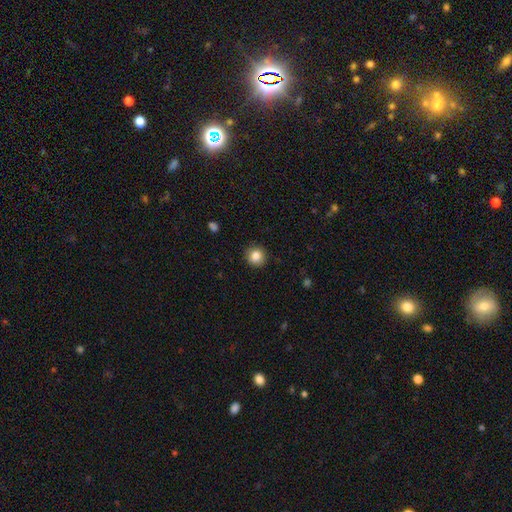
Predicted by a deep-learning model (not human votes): A smooth galaxy with no disk features (84%) that is round (92%).

Vote fractions:
- Smooth or featured? smooth: 84% / star or artifact: 10% / featured or disk: 6%
- How rounded? round: 92% / in between: 7% / cigar-shaped: 1%
- Merging? none: 91% / minor disturbance: 6% / major disturbance: 2% / merger: 1%